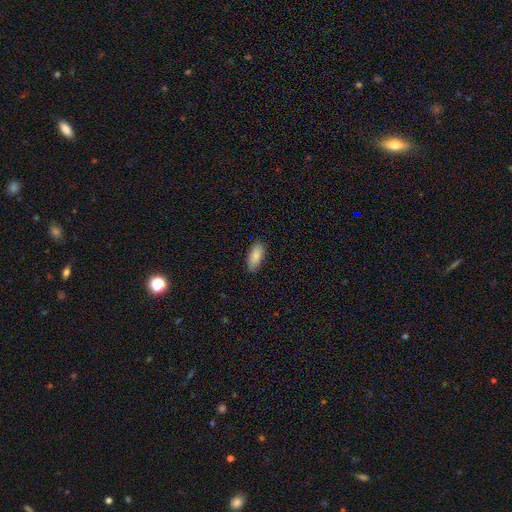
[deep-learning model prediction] This is clearly a smooth galaxy (88%). How rounded: clearly in between (82%). Merging: clearly none (86%).